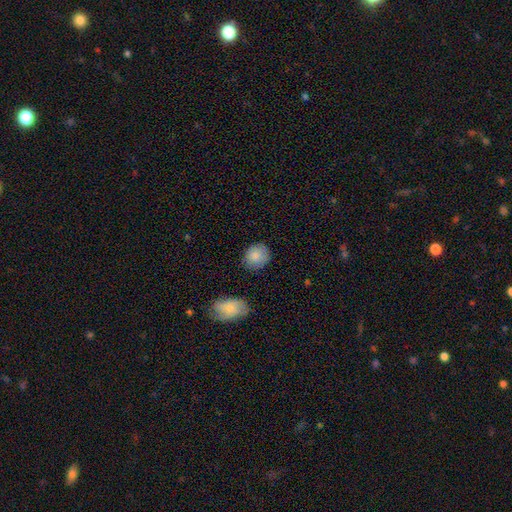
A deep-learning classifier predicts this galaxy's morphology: type=smooth (87%); roundness=round (77%); merging=none (82%).